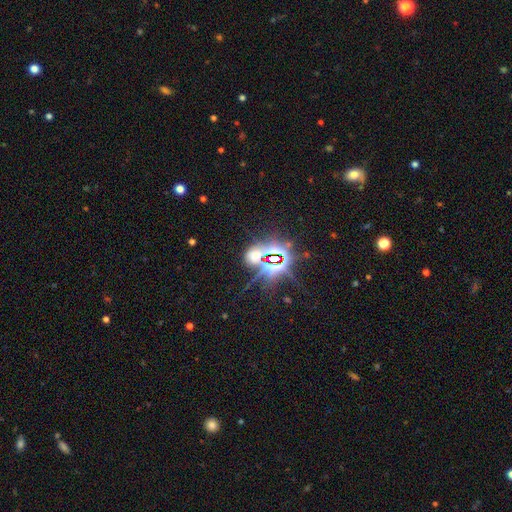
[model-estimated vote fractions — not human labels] star or artifact 71%, smooth 20%, featured or disk 9%.